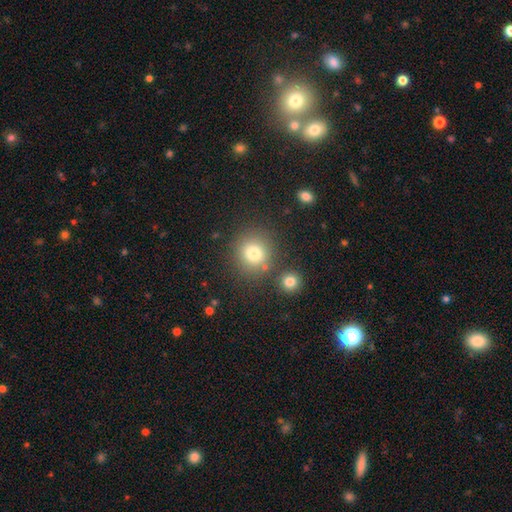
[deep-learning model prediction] A smooth galaxy with no disk features (80%) that is round (88%). Merging: none (76%).